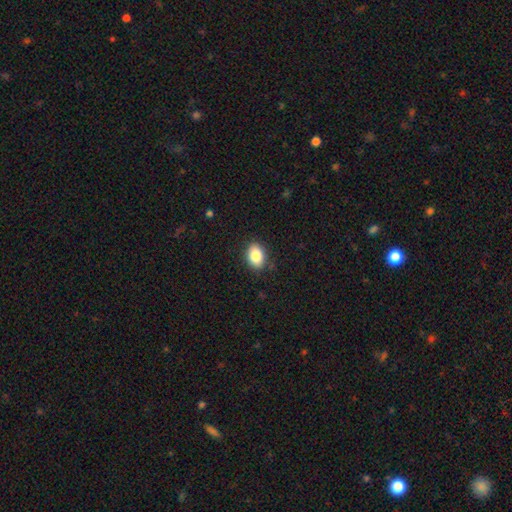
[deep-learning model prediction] This appears to be a smooth galaxy with no disk features (86%) that is in between round and cigar-shaped (79%). Merging: none (87%).